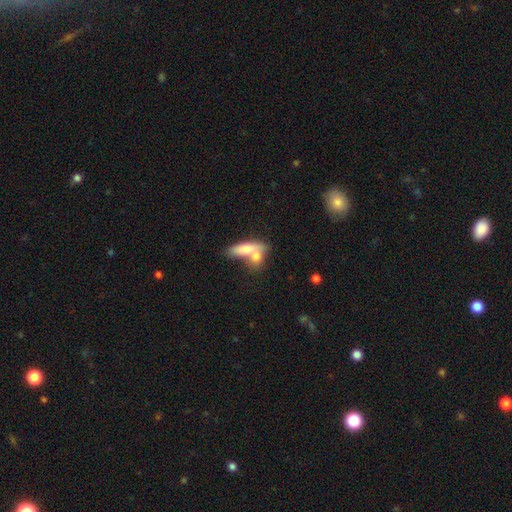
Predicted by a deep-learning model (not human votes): Q: Smooth or featured?
A: smooth (69%); runner-up: featured or disk (24%)
Q: How rounded?
A: in between (59%); runner-up: cigar-shaped (26%)
Q: Merging?
A: merger (57%); runner-up: none (28%)